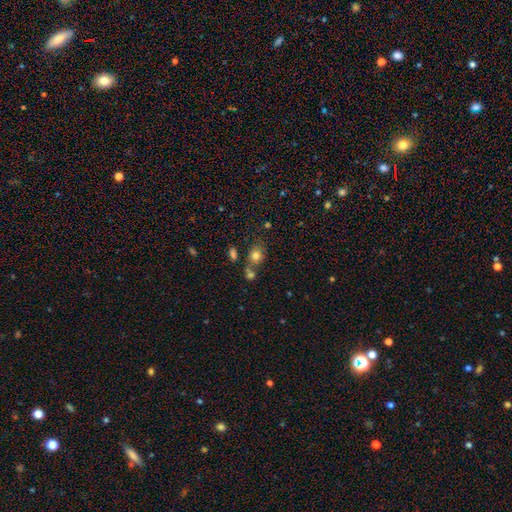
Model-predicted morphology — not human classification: smooth-or-featured: smooth: 78% | star or artifact: 13% | featured or disk: 10%
  how-rounded: round: 61% | in between: 38% | cigar-shaped: 1%
  merging: none: 56% | merger: 26% | minor disturbance: 13% | major disturbance: 5%